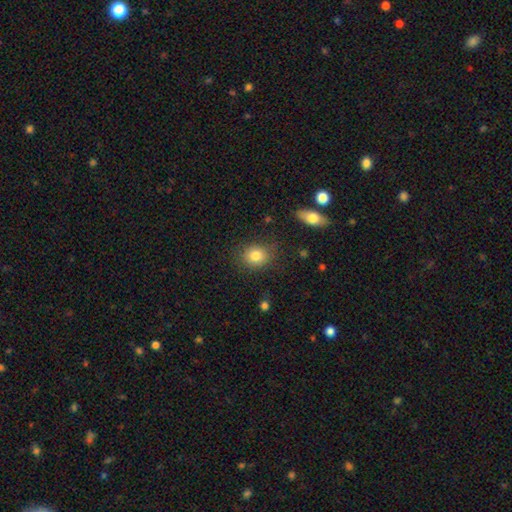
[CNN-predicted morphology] smooth_or_featured: smooth (p=0.83) [alt: star or artifact p=0.10]
how_rounded: round (p=0.65) [alt: in between p=0.33]
merging: none (p=0.82) [alt: minor disturbance p=0.12]